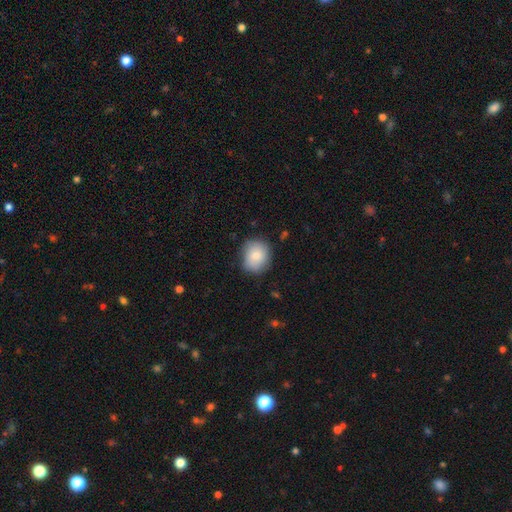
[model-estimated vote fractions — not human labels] A smooth galaxy with no disk features (80%) that is round (69%). Merging: none (75%).